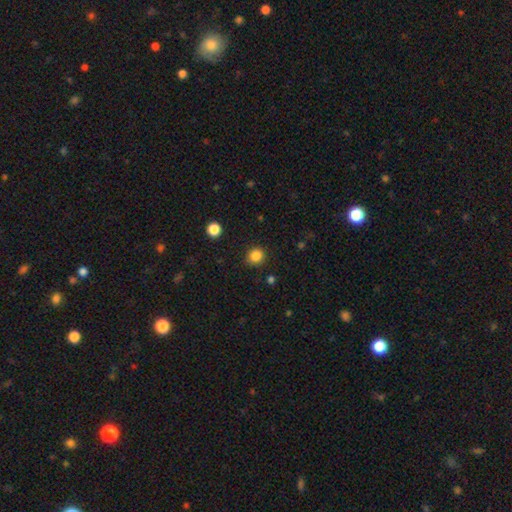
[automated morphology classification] Overall: smooth (85%). How rounded: round (86%). Merging: none (87%).